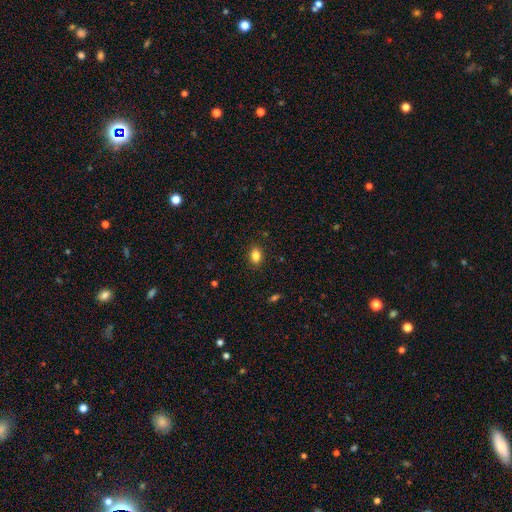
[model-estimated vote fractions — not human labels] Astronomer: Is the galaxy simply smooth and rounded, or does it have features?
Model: smooth — 84%.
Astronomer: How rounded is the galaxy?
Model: in between — 75%.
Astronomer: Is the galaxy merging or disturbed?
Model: none — 88%.